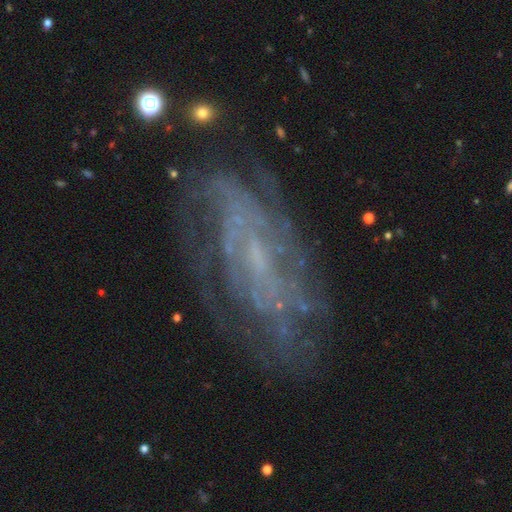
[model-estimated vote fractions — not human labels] This appears to be a featured or disk galaxy (78%) with no bar (48%), tight (51%) spiral arms (86%) and a small central bulge (69%). Merging: none (73%).